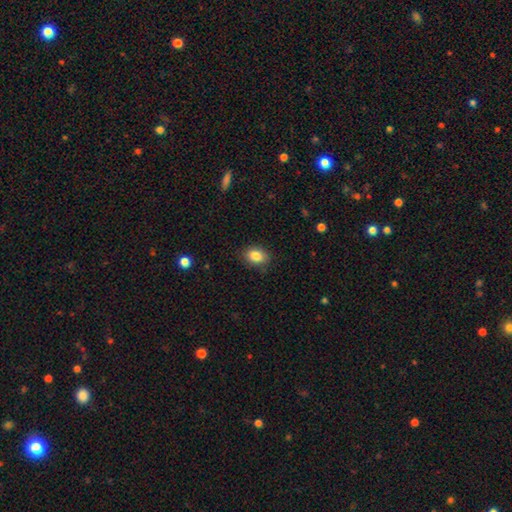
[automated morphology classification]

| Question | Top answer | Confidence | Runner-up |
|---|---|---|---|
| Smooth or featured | smooth | 86% | star or artifact (8%) |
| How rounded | in between | 74% | round (25%) |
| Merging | none | 85% | minor disturbance (11%) |